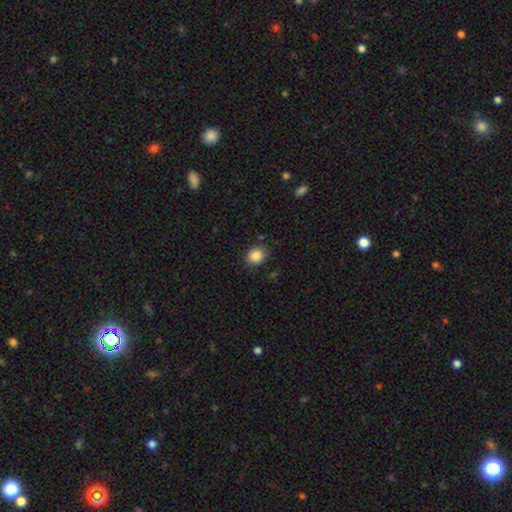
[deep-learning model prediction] Smooth or featured?
  - smooth: 87% *
  - star or artifact: 10%
  - featured or disk: 4%
How rounded?
  - round: 79% *
  - in between: 20%
  - cigar-shaped: 1%
Merging?
  - none: 86% *
  - minor disturbance: 10%
  - major disturbance: 3%
  - merger: 2%